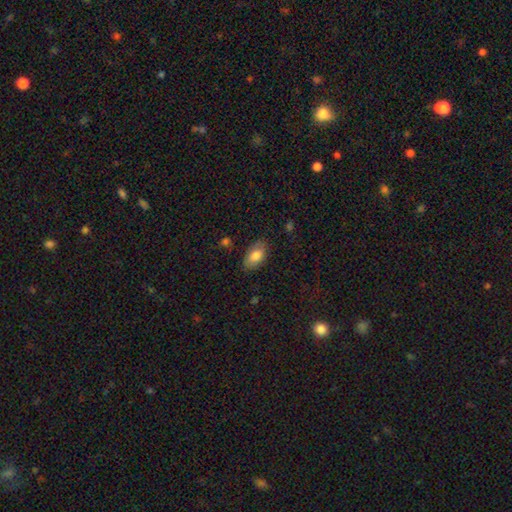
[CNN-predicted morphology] Smooth or featured: smooth — 79% (featured or disk — 14%)
How rounded: in between — 93% (round — 4%)
Merging: none — 81% (minor disturbance — 15%)